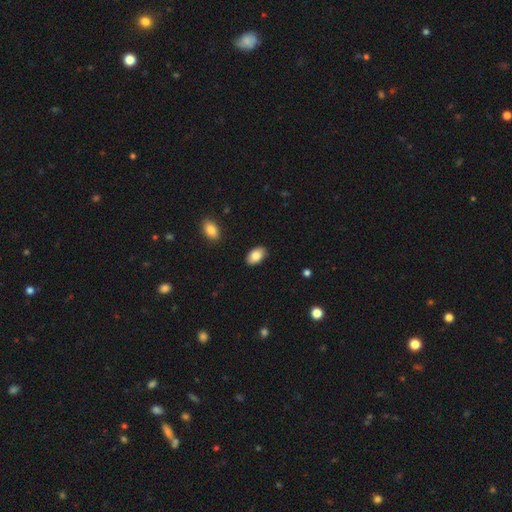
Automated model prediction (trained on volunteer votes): This appears to be a smooth galaxy with no disk features (86%) that is in between round and cigar-shaped (93%). Merging: none (88%).